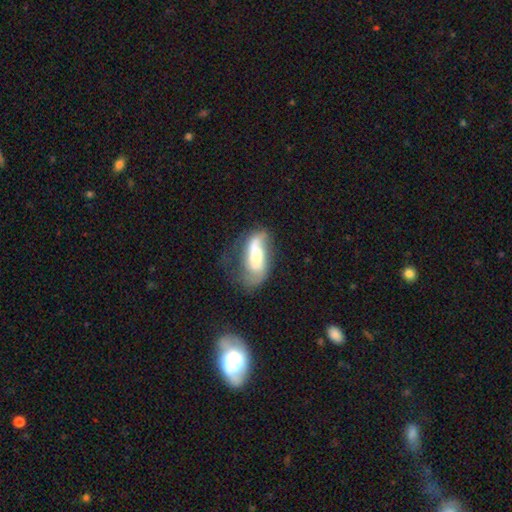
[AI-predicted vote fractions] featured or disk 57%, smooth 34%, star or artifact 9%. Down the decision tree: edge-on disk — no (89%); bar — no (49%); spiral arms — yes (77%); bulge size — moderate (47%); merging — none (40%).